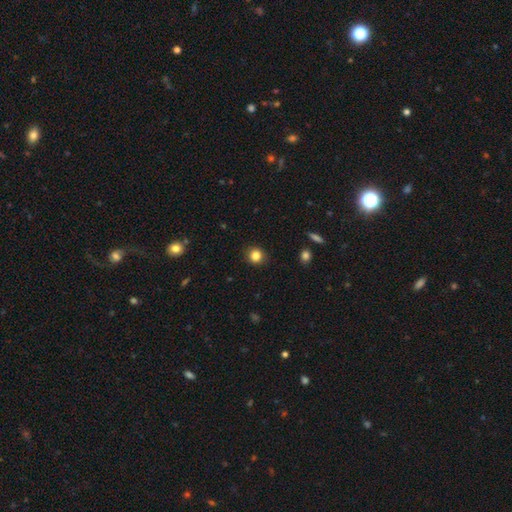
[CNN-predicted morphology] This is clearly a smooth galaxy (84%). How rounded: clearly round (88%). Merging: clearly none (90%).